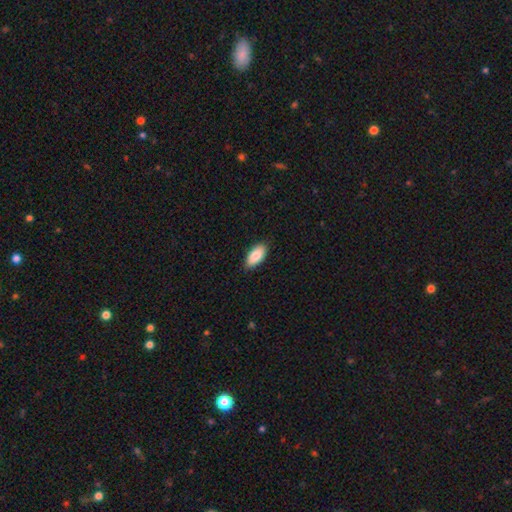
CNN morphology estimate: Smooth or featured? smooth (86%)
How rounded? in between (92%)
Merging? none (88%)